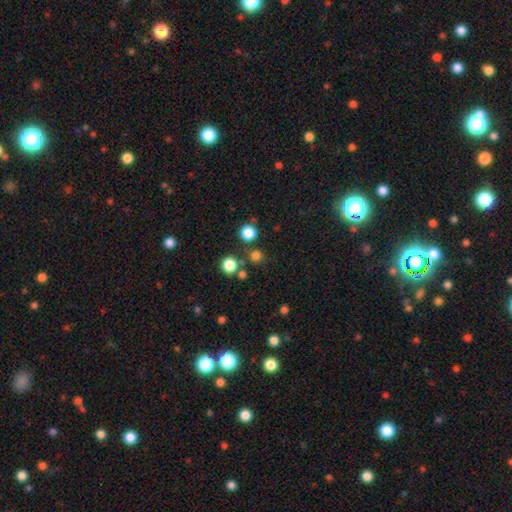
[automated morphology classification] This appears to be a smooth galaxy with no disk features (76%) that is round (92%). Merging: none (78%).